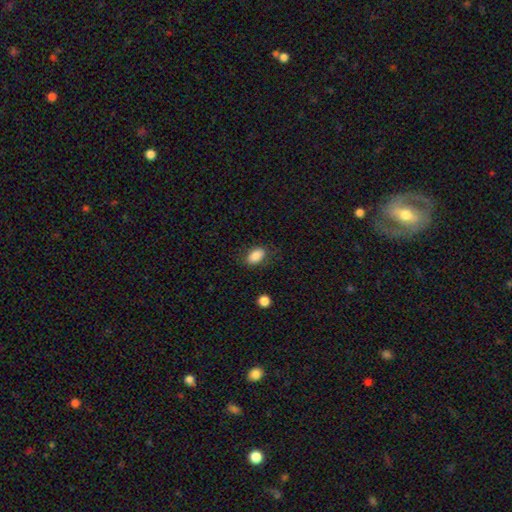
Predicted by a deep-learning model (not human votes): smooth-or-featured: smooth: 87% | star or artifact: 8% | featured or disk: 5%
  how-rounded: in between: 90% | round: 8% | cigar-shaped: 2%
  merging: none: 79% | minor disturbance: 14% | major disturbance: 5% | merger: 2%